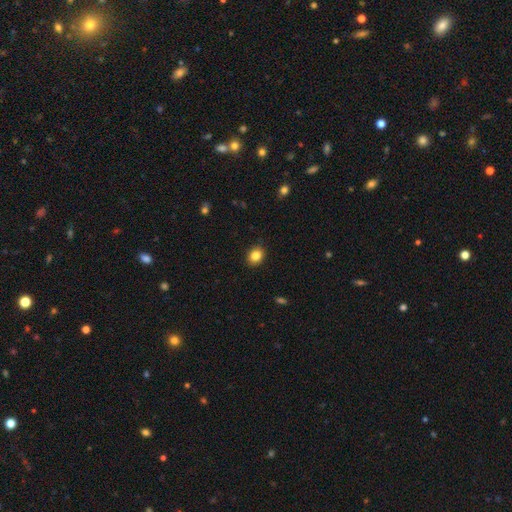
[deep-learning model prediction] Overall: smooth (84%). How rounded: round (55%; in between 44%). Merging: none (90%).